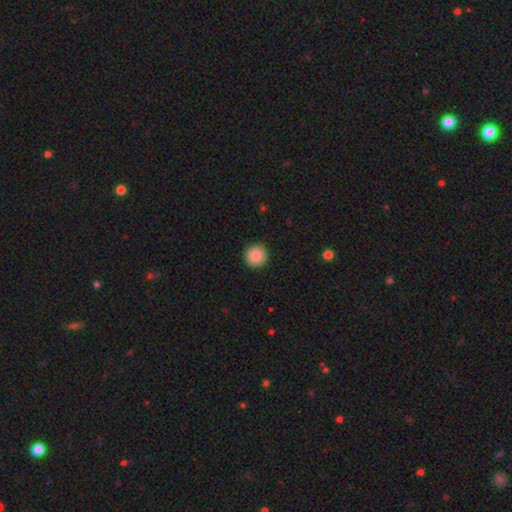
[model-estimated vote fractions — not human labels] A smooth galaxy with no disk features (89%) that is round (96%).

Vote fractions:
- Smooth or featured? smooth: 89% / star or artifact: 8% / featured or disk: 3%
- How rounded? round: 96% / in between: 3% / cigar-shaped: 1%
- Merging? none: 93% / minor disturbance: 5% / major disturbance: 2% / merger: 1%